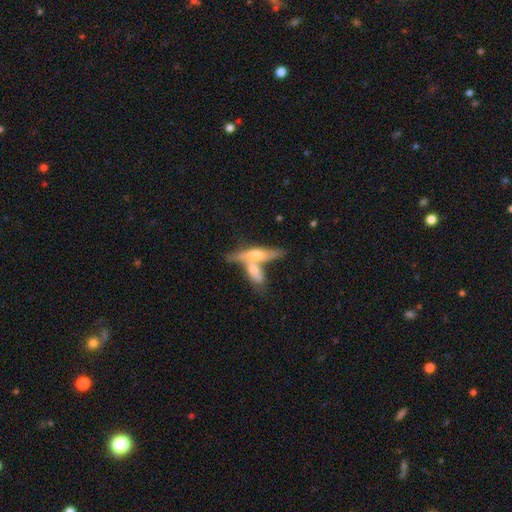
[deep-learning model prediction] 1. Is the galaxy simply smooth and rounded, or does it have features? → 51% featured or disk, 42% smooth, 7% star or artifact.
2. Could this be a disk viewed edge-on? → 73% yes, 27% no.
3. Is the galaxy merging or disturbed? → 56% merger, 30% none, 9% minor disturbance, 5% major disturbance.